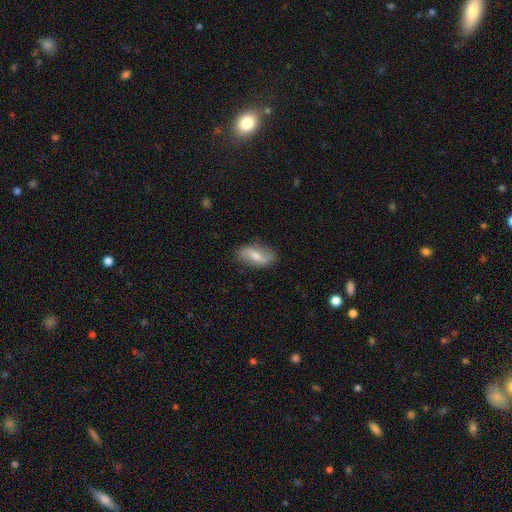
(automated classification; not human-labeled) This is possibly a smooth galaxy (48%). Merging: likely none (79%).